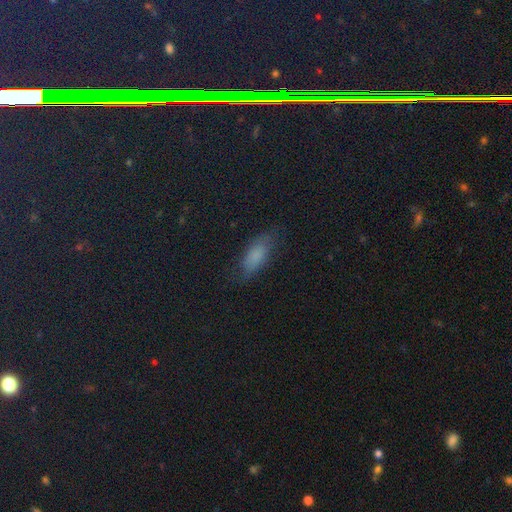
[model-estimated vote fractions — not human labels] Smooth or featured: smooth — 72% (star or artifact — 15%)
How rounded: in between — 74% (cigar-shaped — 22%)
Merging: none — 73% (minor disturbance — 19%)